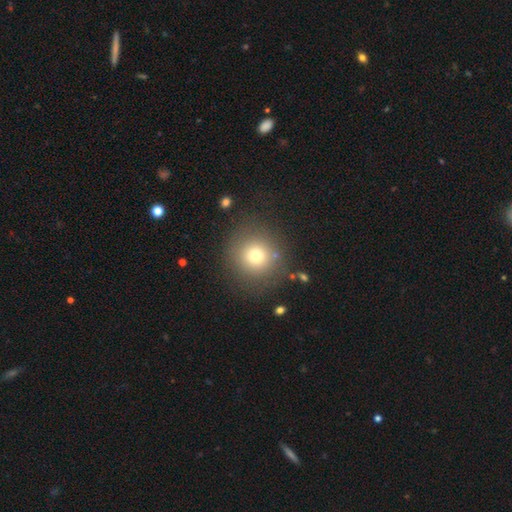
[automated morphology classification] Smooth or featured? Predicted: smooth (p=0.72). How rounded? Predicted: round (p=0.93). Merging? Predicted: none (p=0.83).